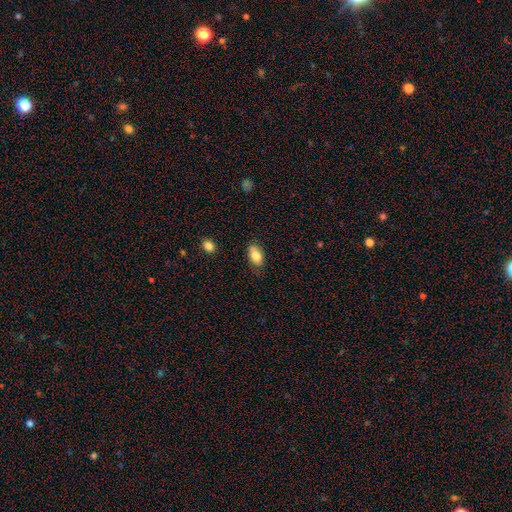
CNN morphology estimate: The model was most divided on "merging": none: 66%, minor disturbance: 26%, major disturbance: 5%, merger: 3%. More confident: how rounded — in between (89%); smooth or featured — smooth (81%).